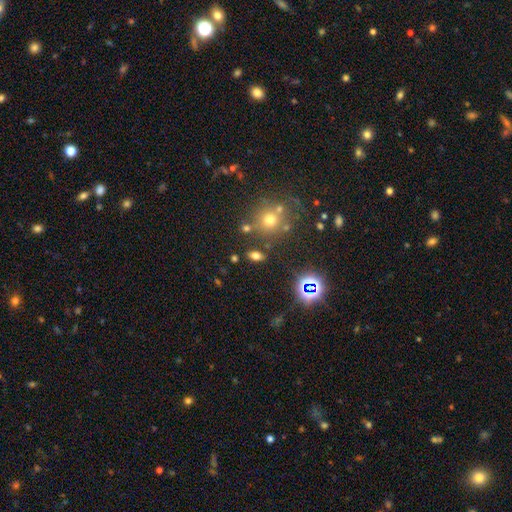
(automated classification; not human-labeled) A smooth galaxy with no disk features (66%) that is in between round and cigar-shaped (78%).

Vote fractions:
- Smooth or featured? smooth: 66% / star or artifact: 22% / featured or disk: 11%
- How rounded? in between: 78% / round: 15% / cigar-shaped: 7%
- Merging? none: 79% / minor disturbance: 10% / merger: 7% / major disturbance: 4%